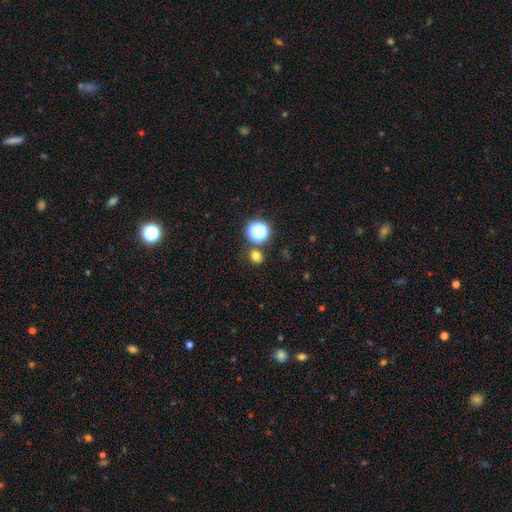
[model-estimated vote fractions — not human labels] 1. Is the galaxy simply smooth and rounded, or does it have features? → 73% smooth, 21% star or artifact, 6% featured or disk.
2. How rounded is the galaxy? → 78% round, 21% in between, 1% cigar-shaped.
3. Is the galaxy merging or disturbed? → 80% none, 9% merger, 8% minor disturbance, 3% major disturbance.